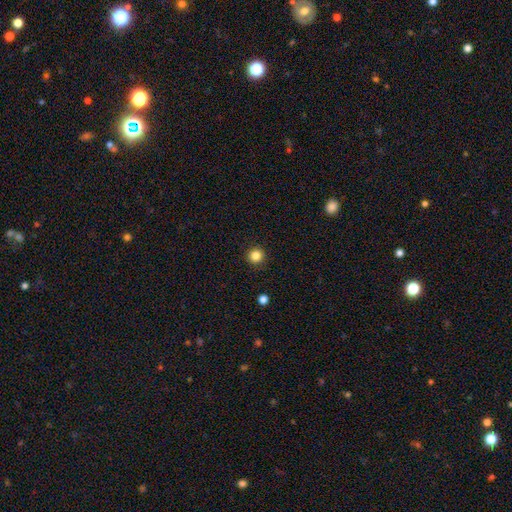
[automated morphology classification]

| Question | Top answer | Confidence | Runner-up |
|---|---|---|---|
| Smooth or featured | smooth | 84% | star or artifact (12%) |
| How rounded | round | 95% | in between (4%) |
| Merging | none | 92% | minor disturbance (5%) |